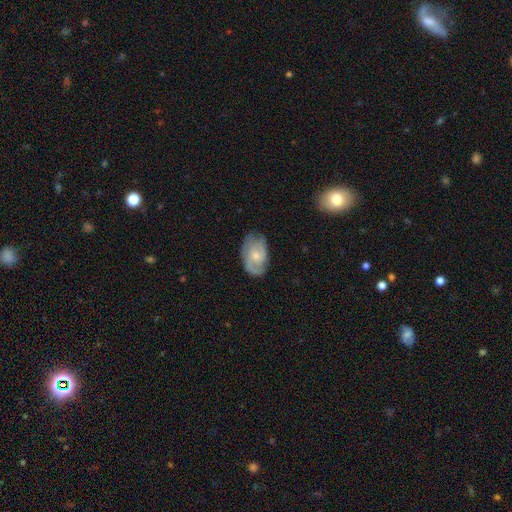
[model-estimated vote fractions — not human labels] A featured or disk galaxy (66%) with no bar (60%), 2 (53%) medium (44%) spiral arms (90%) and a small central bulge (49%).

Vote fractions:
- Smooth or featured? featured or disk: 66% / smooth: 28% / star or artifact: 6%
- Edge-on disk? no: 96% / yes: 4%
- Bar? no: 60% / weak: 35% / strong: 4%
- Spiral arms? yes: 90% / no: 10%
- Spiral winding? medium: 44% / tight: 38% / loose: 18%
- Spiral arm count? 2: 53% / can't tell: 23% / 3: 13% / 1: 7% / 4: 3% / more than 4: 2%
- Bulge size? small: 49% / moderate: 42% / none: 6% / large: 3% / dominant: 1%
- Merging? none: 69% / minor disturbance: 23% / major disturbance: 7% / merger: 1%